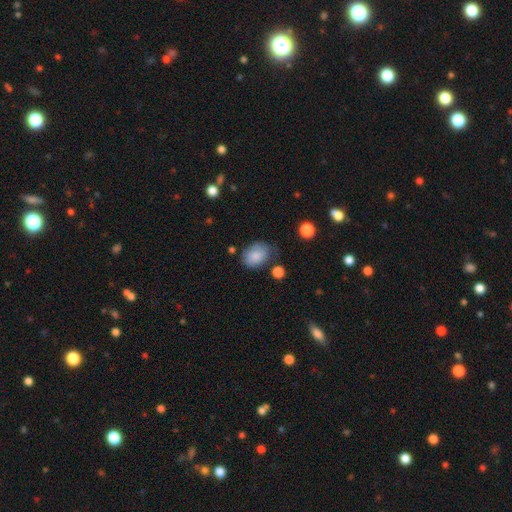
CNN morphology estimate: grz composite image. It shows a smooth galaxy with no disk features (83%) that is in between round and cigar-shaped (71%). Merging: none (59%).